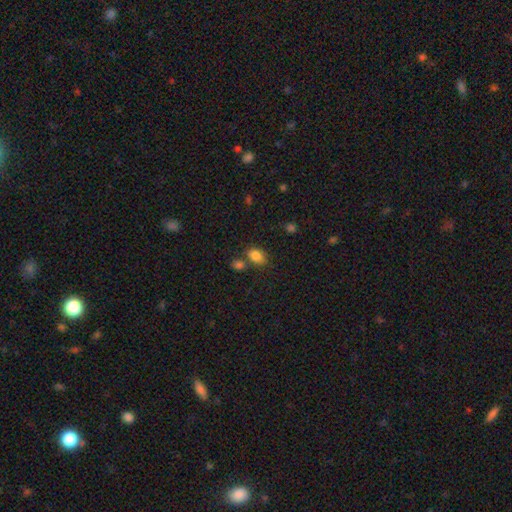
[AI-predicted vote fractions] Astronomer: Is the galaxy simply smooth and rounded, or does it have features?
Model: smooth — 84%.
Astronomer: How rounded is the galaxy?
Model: in between — 79%.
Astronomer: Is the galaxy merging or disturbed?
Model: none — 62%.